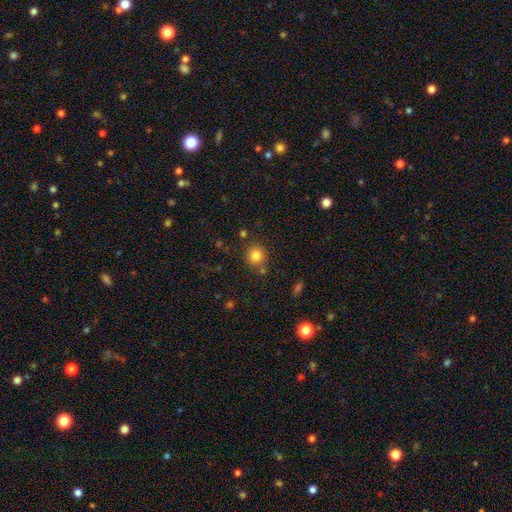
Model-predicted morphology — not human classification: Smooth or featured?
  - smooth: 83% *
  - star or artifact: 12%
  - featured or disk: 6%
How rounded?
  - round: 89% *
  - in between: 10%
  - cigar-shaped: 1%
Merging?
  - none: 78% *
  - minor disturbance: 10%
  - merger: 9%
  - major disturbance: 3%